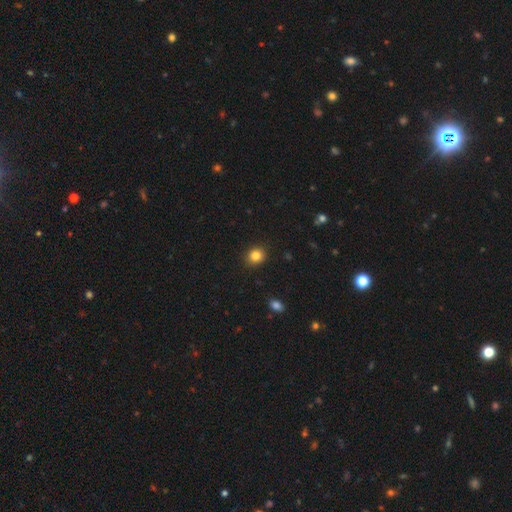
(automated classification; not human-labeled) Morphology: type=smooth (83%); roundness=round (78%); merging=none (90%).